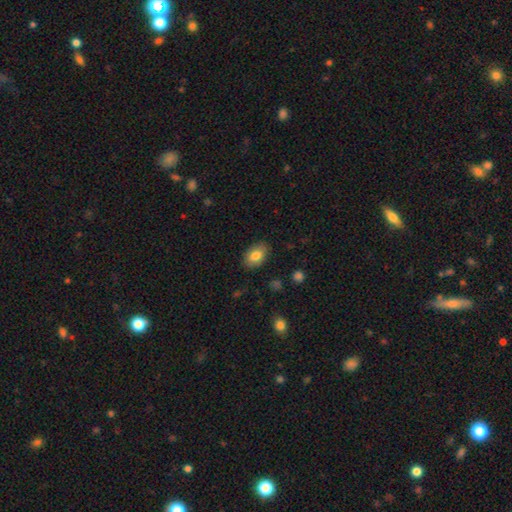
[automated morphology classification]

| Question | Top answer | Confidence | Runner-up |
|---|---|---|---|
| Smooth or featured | smooth | 79% | featured or disk (14%) |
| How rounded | in between | 89% | round (10%) |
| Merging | none | 85% | minor disturbance (11%) |